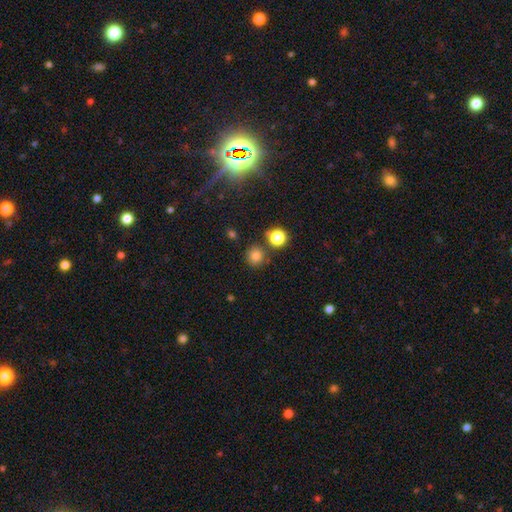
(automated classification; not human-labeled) Q: Smooth or featured?
A: smooth (79%); runner-up: star or artifact (16%)
Q: How rounded?
A: round (90%); runner-up: in between (9%)
Q: Merging?
A: none (80%); runner-up: merger (9%)